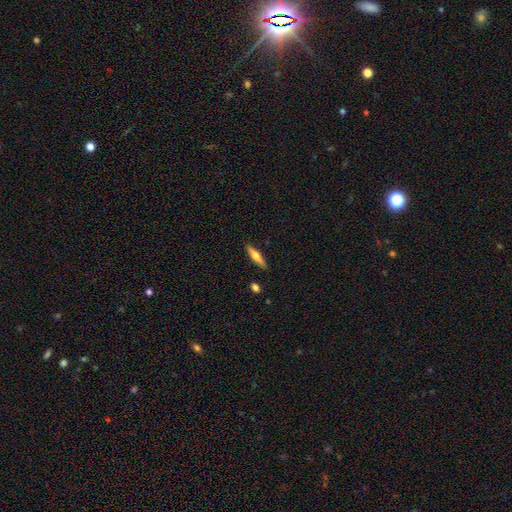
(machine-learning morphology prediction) Smooth or featured?
  - smooth: 51% *
  - featured or disk: 44%
  - star or artifact: 6%
How rounded?
  - cigar-shaped: 79% *
  - in between: 19%
  - round: 2%
Merging?
  - none: 89% *
  - minor disturbance: 8%
  - merger: 2%
  - major disturbance: 2%